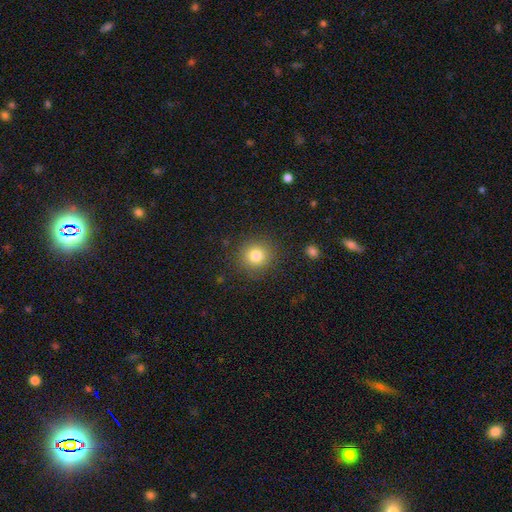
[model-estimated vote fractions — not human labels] smooth 80%, star or artifact 12%, featured or disk 7%. Down the decision tree: how rounded — round (91%); merging — none (88%).